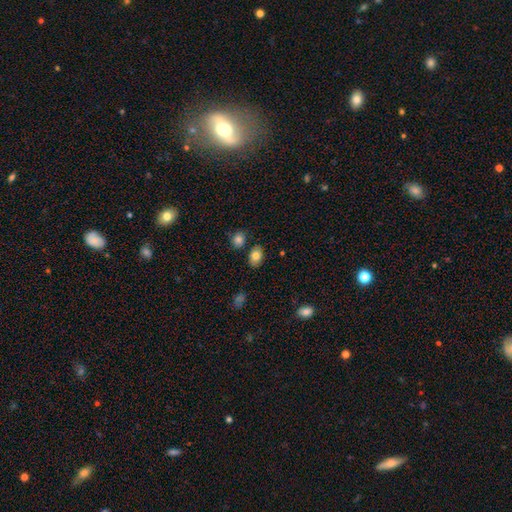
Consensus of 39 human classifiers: This is clearly a smooth galaxy (85%). How rounded: clearly in between (85%). Merging: clearly none (89%).